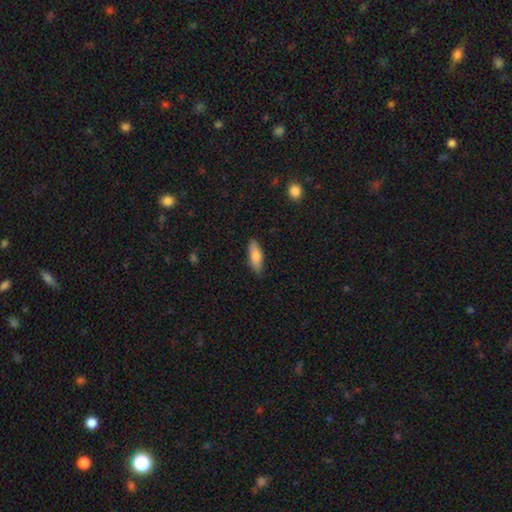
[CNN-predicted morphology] Smooth or featured? Predicted: smooth (p=0.79). How rounded? Predicted: in between (p=0.61). Merging? Predicted: none (p=0.85).